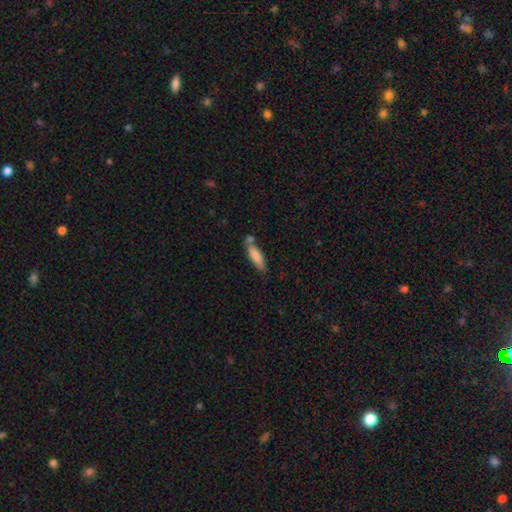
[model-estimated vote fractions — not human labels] smooth-or-featured: smooth: 82% | featured or disk: 12% | star or artifact: 6%
  how-rounded: cigar-shaped: 55% | in between: 43% | round: 2%
  merging: none: 58% | merger: 20% | minor disturbance: 18% | major disturbance: 4%